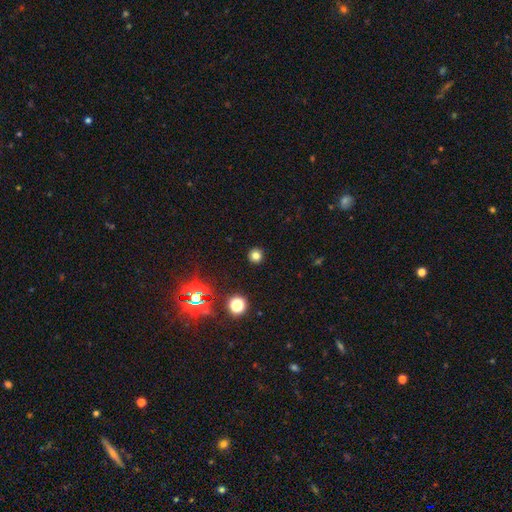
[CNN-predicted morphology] The model was most divided on "smooth or featured": smooth: 76%, star or artifact: 19%, featured or disk: 6%. More confident: how rounded — round (93%); merging — none (92%).